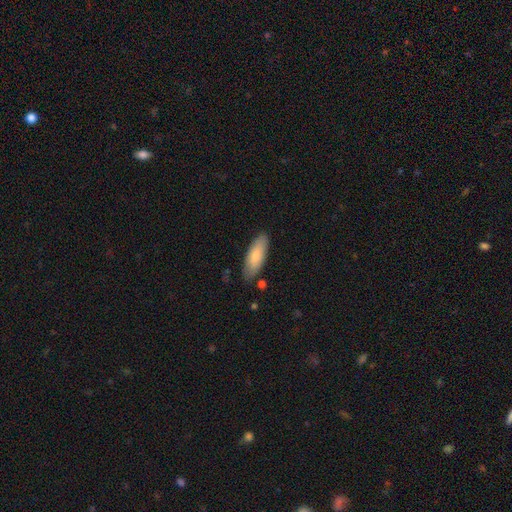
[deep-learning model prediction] The model was most divided on "how rounded": in between: 69%, cigar-shaped: 29%, round: 2%. More confident: merging — none (81%); smooth or featured — smooth (80%).